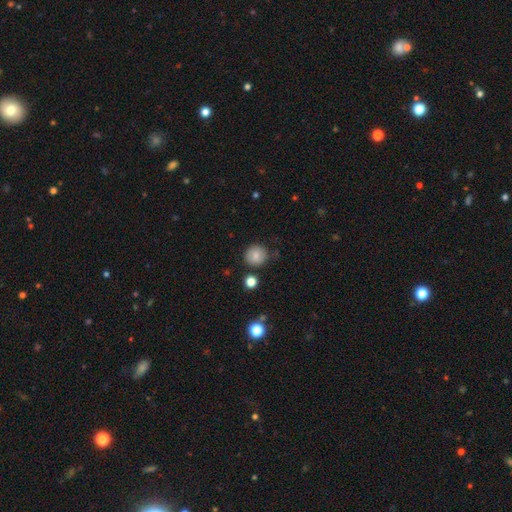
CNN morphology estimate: type=smooth (77%); roundness=round (90%); merging=none (79%).